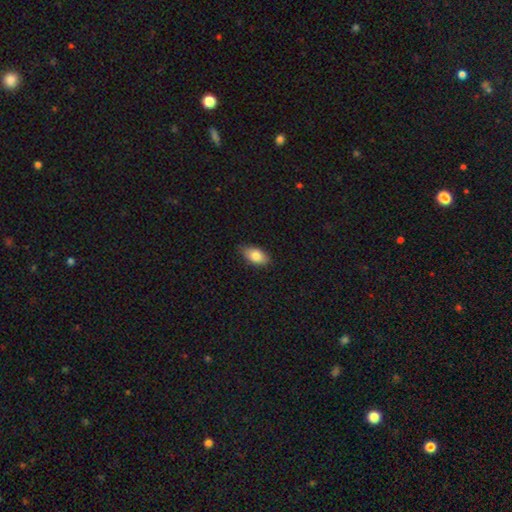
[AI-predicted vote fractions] A smooth galaxy with no disk features (82%) that is in between round and cigar-shaped (91%). Merging: none (82%).